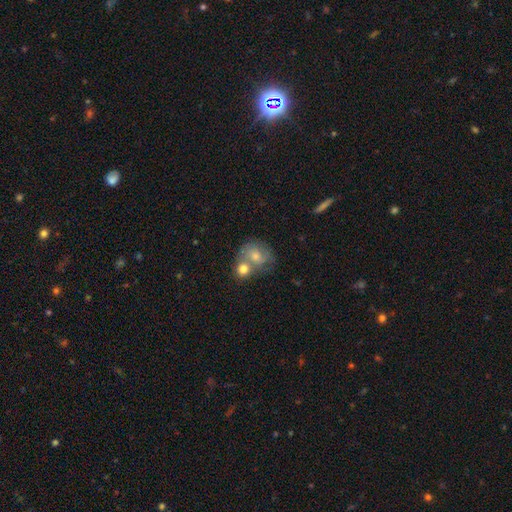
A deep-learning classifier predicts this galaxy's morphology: This appears to be a smooth galaxy with no disk features (62%) that is round (68%). Merging: merger (54%).